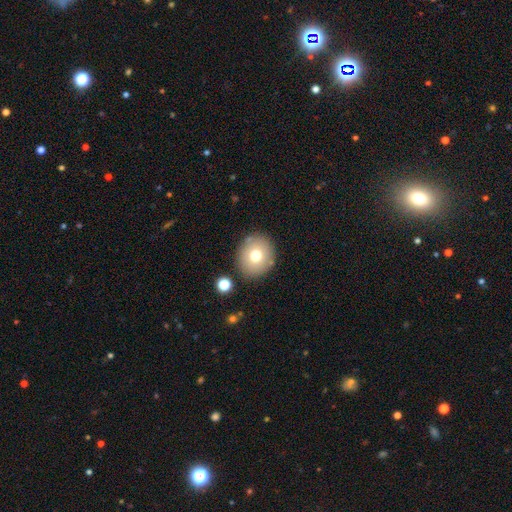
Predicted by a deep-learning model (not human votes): smooth 72%, featured or disk 16%, star or artifact 12%. Down the decision tree: how rounded — round (78%); merging — none (85%).